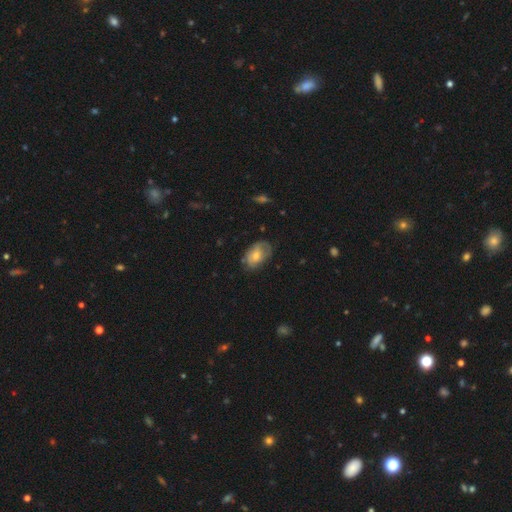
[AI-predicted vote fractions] The model was most divided on "smooth or featured": smooth: 56%, featured or disk: 37%, star or artifact: 7%. More confident: how rounded — in between (85%); merging — none (57%).